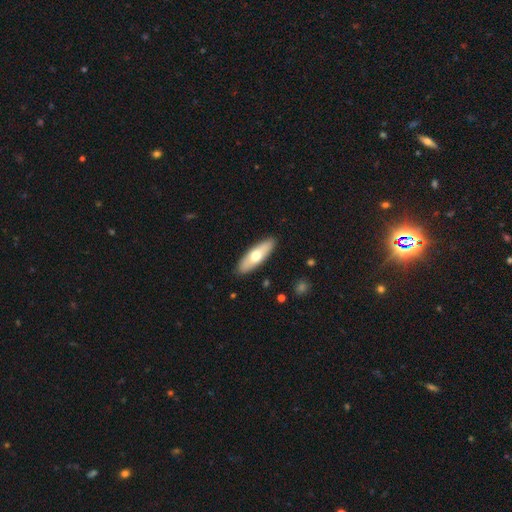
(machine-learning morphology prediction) A smooth galaxy with no disk features (61%) that is in between round and cigar-shaped (52%).

Vote fractions:
- Smooth or featured? smooth: 61% / featured or disk: 34% / star or artifact: 5%
- How rounded? in between: 52% / cigar-shaped: 46% / round: 2%
- Merging? none: 90% / minor disturbance: 8% / major disturbance: 2% / merger: 1%